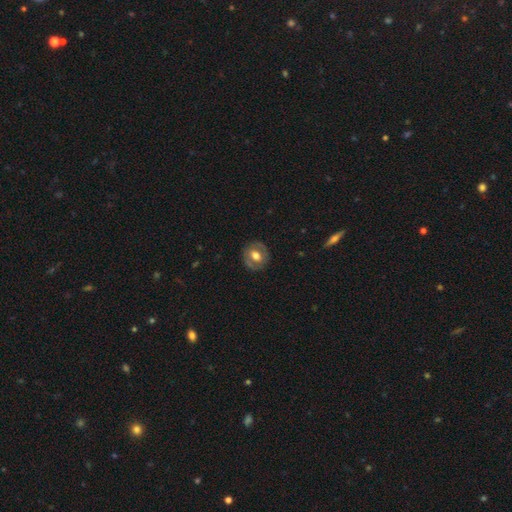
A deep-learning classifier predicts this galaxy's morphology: A smooth galaxy with no disk features (47%). Merging: none (84%).